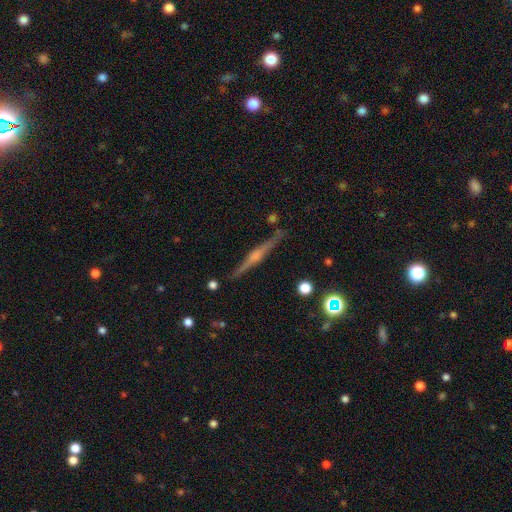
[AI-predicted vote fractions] smooth_or_featured: featured or disk (p=0.82) [alt: smooth p=0.11]
disk_edge_on: yes (p=0.98) [alt: no p=0.02]
edge_on_bulge: rounded (p=0.83) [alt: boxy p=0.11]
merging: none (p=0.90) [alt: minor disturbance p=0.07]